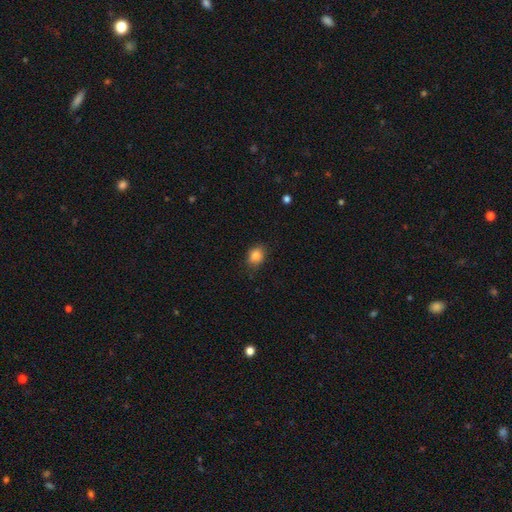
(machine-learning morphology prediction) A smooth galaxy with no disk features (84%) that is in between round and cigar-shaped (50%). Merging: none (80%).